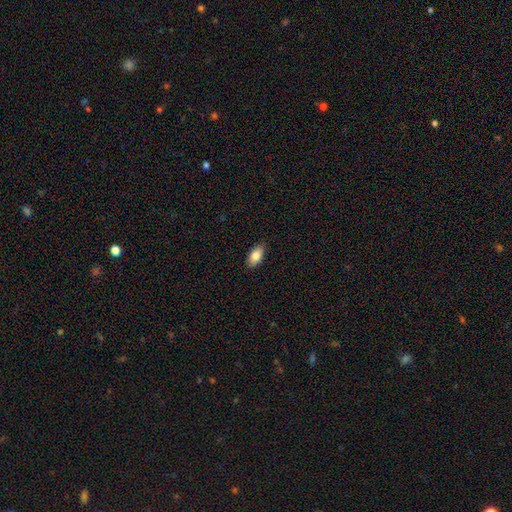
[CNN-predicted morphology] Smooth or featured: smooth — 84% (featured or disk — 9%)
How rounded: in between — 92% (cigar-shaped — 5%)
Merging: none — 86% (minor disturbance — 11%)